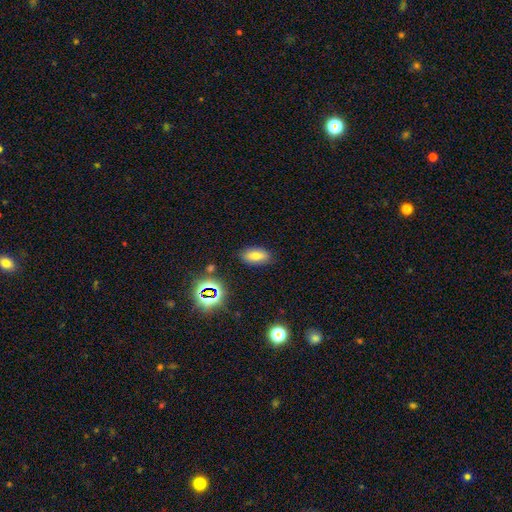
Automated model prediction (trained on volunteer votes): The model was most divided on "smooth or featured": smooth: 69%, featured or disk: 15%, star or artifact: 15%. More confident: how rounded — in between (86%); merging — none (85%).